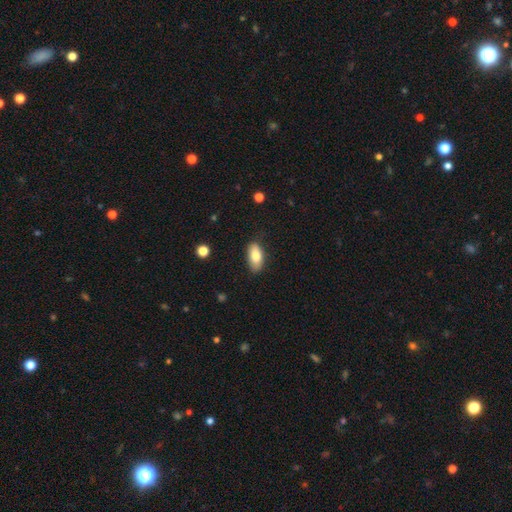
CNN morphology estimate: smooth 81%, featured or disk 12%, star or artifact 7%. Down the decision tree: how rounded — in between (90%); merging — none (80%).